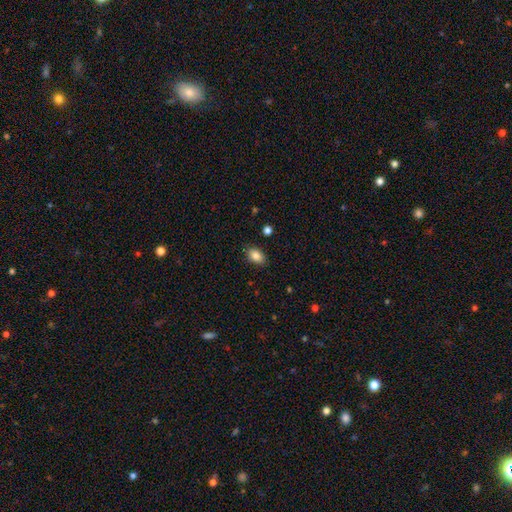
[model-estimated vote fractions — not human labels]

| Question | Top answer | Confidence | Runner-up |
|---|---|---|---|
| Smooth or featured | smooth | 85% | star or artifact (8%) |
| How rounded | in between | 86% | round (13%) |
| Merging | none | 85% | minor disturbance (11%) |